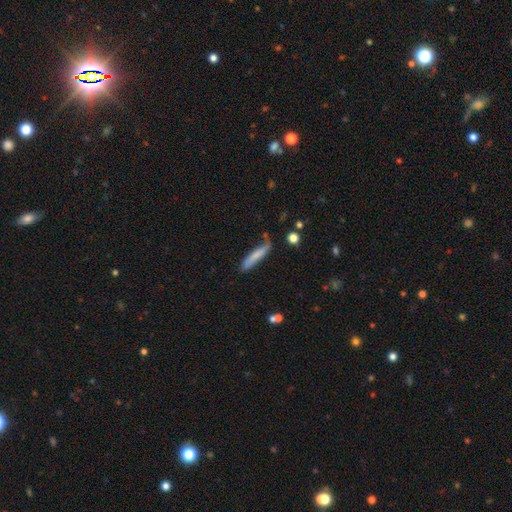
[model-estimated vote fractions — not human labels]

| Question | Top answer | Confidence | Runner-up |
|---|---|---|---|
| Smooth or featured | smooth | 70% | featured or disk (23%) |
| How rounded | cigar-shaped | 90% | in between (9%) |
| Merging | none | 62% | minor disturbance (26%) |